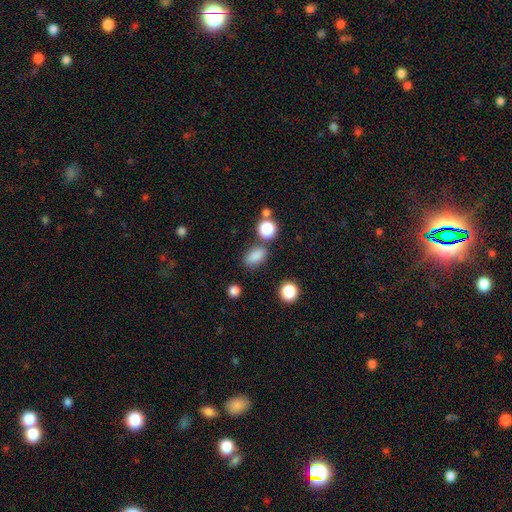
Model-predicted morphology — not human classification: A smooth galaxy with no disk features (83%) that is in between round and cigar-shaped (81%).

Vote fractions:
- Smooth or featured? smooth: 83% / star or artifact: 12% / featured or disk: 5%
- How rounded? in between: 81% / round: 15% / cigar-shaped: 3%
- Merging? none: 74% / minor disturbance: 13% / merger: 8% / major disturbance: 4%